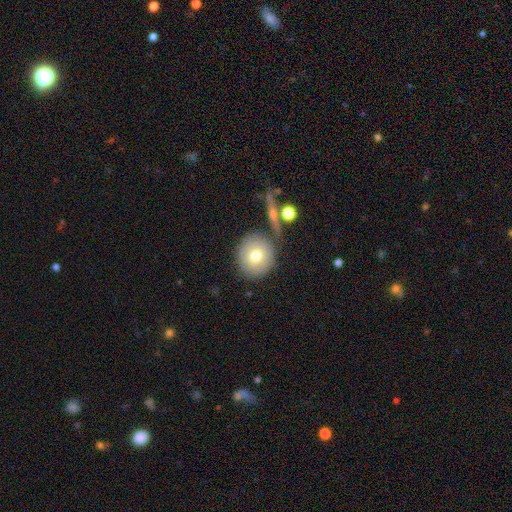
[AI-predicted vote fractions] Smooth or featured? Predicted: smooth (p=0.73). How rounded? Predicted: round (p=0.88). Merging? Predicted: none (p=0.77).